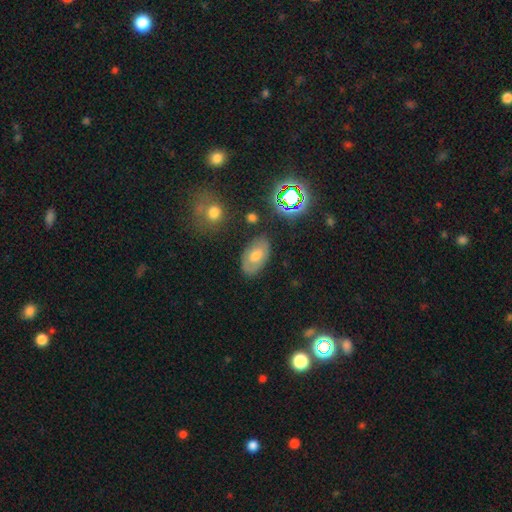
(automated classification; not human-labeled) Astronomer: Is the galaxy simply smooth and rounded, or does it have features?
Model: smooth — 54% (runner-up: featured or disk, 32%).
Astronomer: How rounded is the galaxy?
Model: in between — 92%.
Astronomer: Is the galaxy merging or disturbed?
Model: none — 79%.